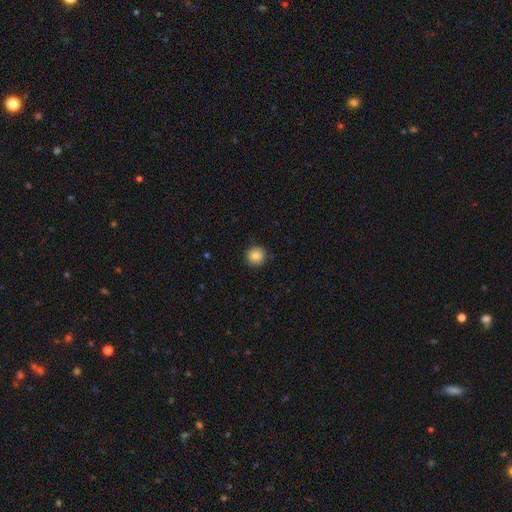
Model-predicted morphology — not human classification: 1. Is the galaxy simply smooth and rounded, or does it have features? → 82% smooth, 10% star or artifact, 8% featured or disk.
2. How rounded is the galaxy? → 93% round, 6% in between, 1% cigar-shaped.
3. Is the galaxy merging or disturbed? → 89% none, 8% minor disturbance, 2% major disturbance, 1% merger.